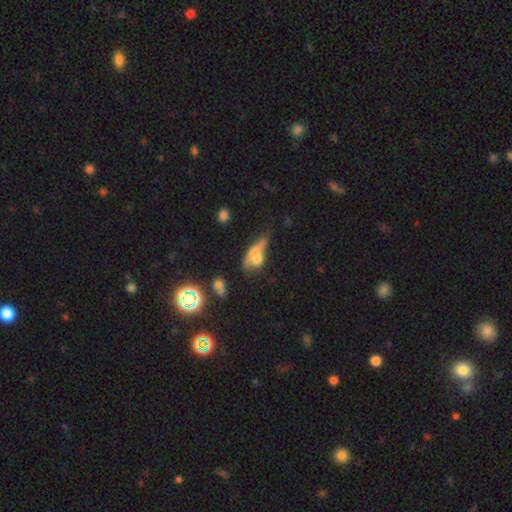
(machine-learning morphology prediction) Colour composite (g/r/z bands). It shows a smooth galaxy with no disk features (52%) that is in between round and cigar-shaped (56%). Merging: merger (41%).